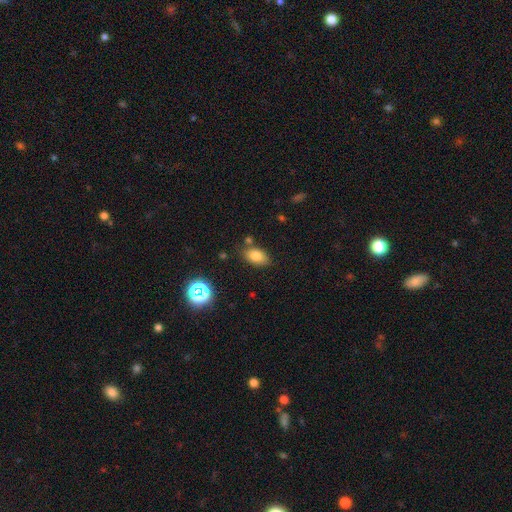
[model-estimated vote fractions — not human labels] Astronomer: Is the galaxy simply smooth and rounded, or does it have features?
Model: smooth — 79%.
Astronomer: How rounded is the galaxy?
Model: in between — 88%.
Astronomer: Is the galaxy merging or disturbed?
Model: none — 77%.